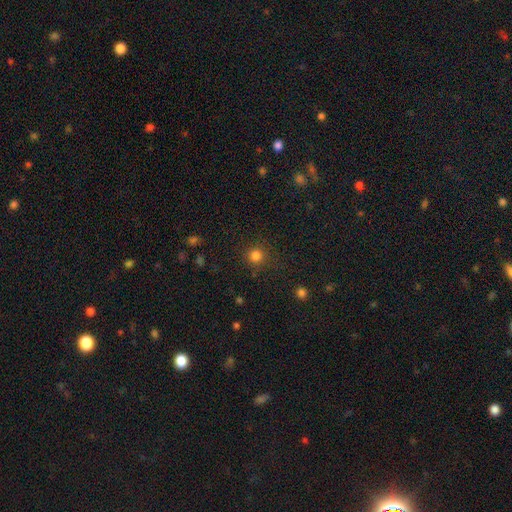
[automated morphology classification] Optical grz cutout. It shows a smooth galaxy with no disk features (81%) that is round (93%). Merging: none (87%).